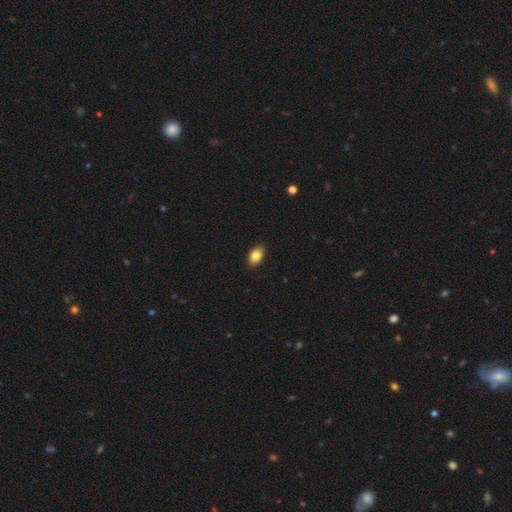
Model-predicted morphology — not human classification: Overall: smooth (84%). How rounded: in between (89%). Merging: none (90%).